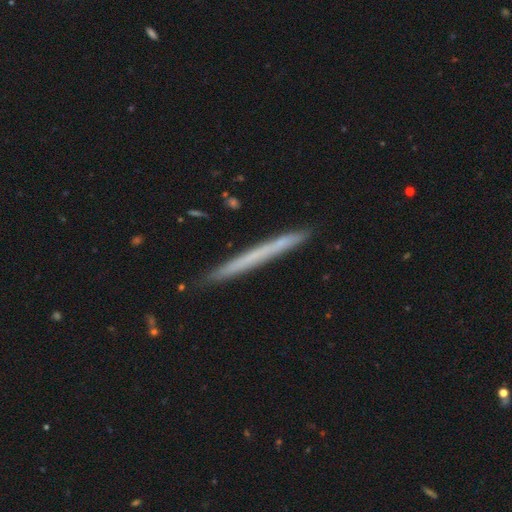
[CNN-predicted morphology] smooth 49%, featured or disk 45%, star or artifact 6%. Down the decision tree: merging — none (89%).